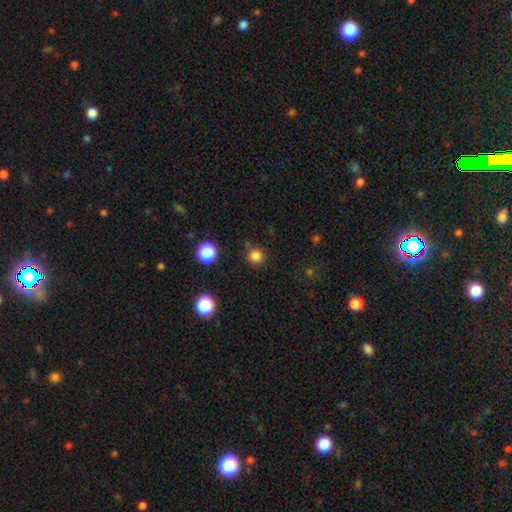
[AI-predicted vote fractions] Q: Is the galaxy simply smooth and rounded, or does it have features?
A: smooth — 80%.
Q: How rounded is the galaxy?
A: round — 93%.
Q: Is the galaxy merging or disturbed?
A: none — 80%.